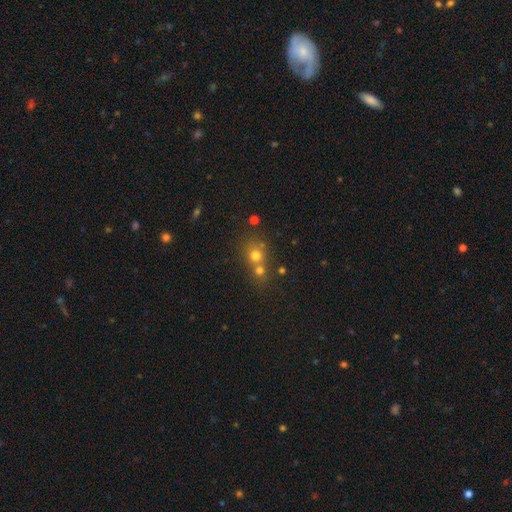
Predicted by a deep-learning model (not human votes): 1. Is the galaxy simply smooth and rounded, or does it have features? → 66% smooth, 20% star or artifact, 14% featured or disk.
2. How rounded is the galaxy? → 81% round, 18% in between, 1% cigar-shaped.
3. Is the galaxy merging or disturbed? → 51% merger, 39% none, 6% minor disturbance, 3% major disturbance.